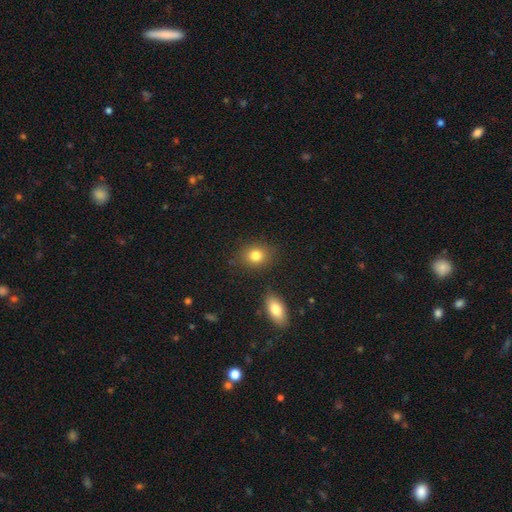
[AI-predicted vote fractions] Smooth or featured?
  - smooth: 82% *
  - star or artifact: 10%
  - featured or disk: 8%
How rounded?
  - round: 57% *
  - in between: 42%
  - cigar-shaped: 1%
Merging?
  - none: 83% *
  - minor disturbance: 10%
  - merger: 3%
  - major disturbance: 3%